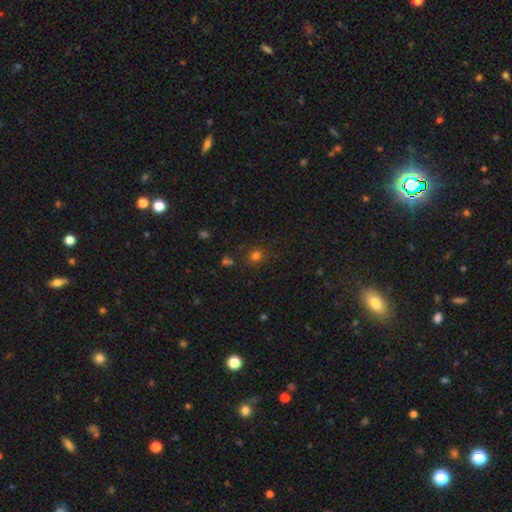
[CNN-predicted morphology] Smooth or featured? Predicted: smooth (p=0.75). How rounded? Predicted: round (p=0.81). Merging? Predicted: none (p=0.82).